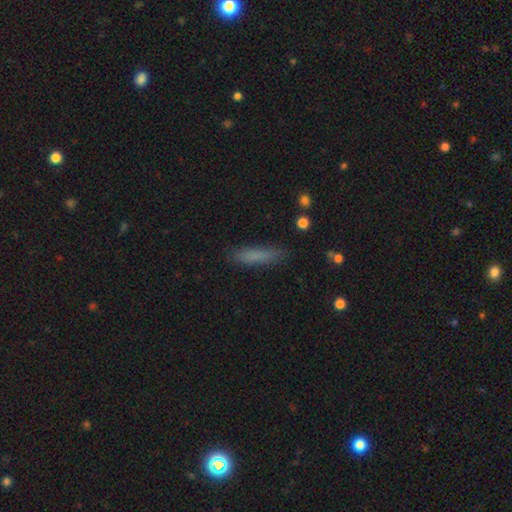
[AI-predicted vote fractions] The model was most divided on "how rounded": cigar-shaped: 82%, in between: 16%, round: 2%. More confident: merging — none (83%); smooth or featured — smooth (80%).